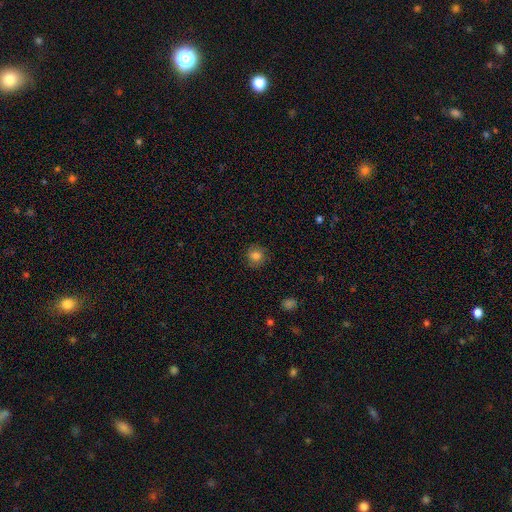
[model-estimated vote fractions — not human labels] Q: Smooth or featured?
A: smooth (79%); runner-up: star or artifact (11%)
Q: How rounded?
A: round (89%); runner-up: in between (10%)
Q: Merging?
A: none (86%); runner-up: minor disturbance (10%)